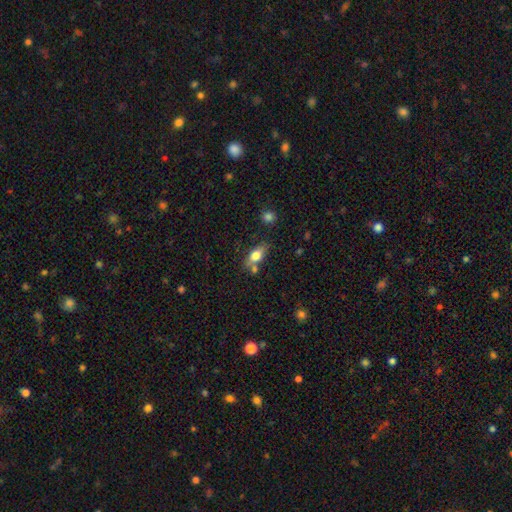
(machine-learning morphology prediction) This is likely a smooth galaxy (68%). How rounded: likely in between (76%). Merging: likely none (65%).